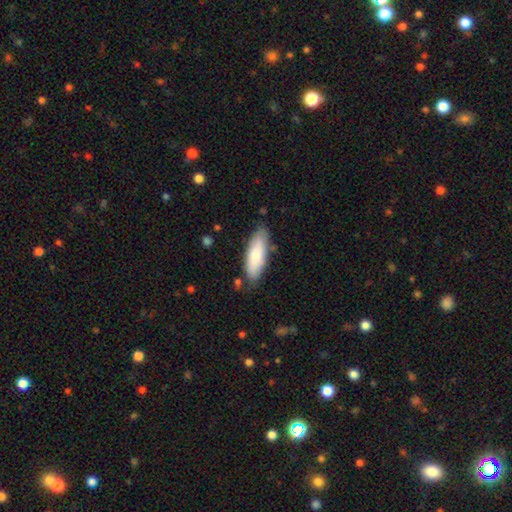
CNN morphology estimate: Smooth or featured? Predicted: smooth (p=0.75). How rounded? Predicted: in between (p=0.63). Merging? Predicted: none (p=0.78).